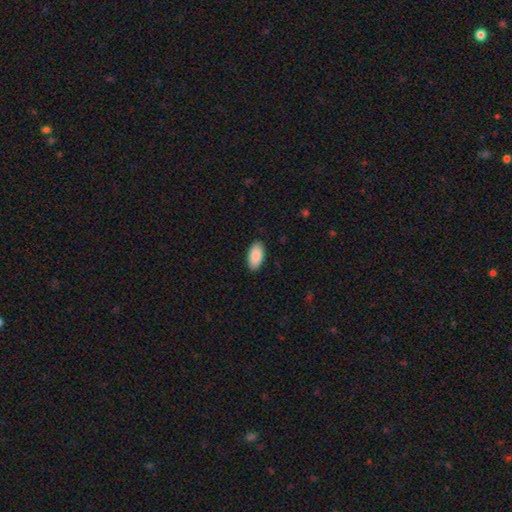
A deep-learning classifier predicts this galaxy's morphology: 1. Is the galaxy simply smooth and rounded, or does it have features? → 89% smooth, 6% star or artifact, 5% featured or disk.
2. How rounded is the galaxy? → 95% in between, 3% cigar-shaped, 2% round.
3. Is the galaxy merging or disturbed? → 88% none, 9% minor disturbance, 2% major disturbance, 1% merger.